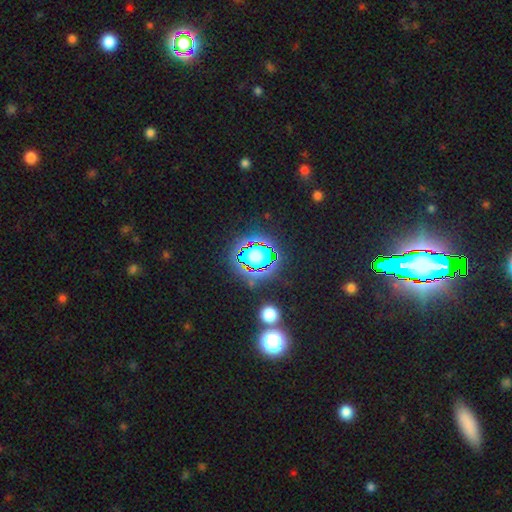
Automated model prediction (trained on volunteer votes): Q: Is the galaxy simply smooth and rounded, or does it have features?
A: star or artifact — 65%.